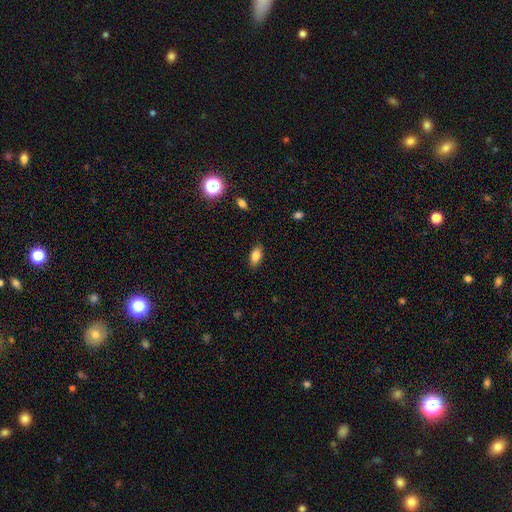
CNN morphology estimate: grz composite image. It shows a smooth galaxy with no disk features (83%) that is in between round and cigar-shaped (88%). Merging: none (86%).